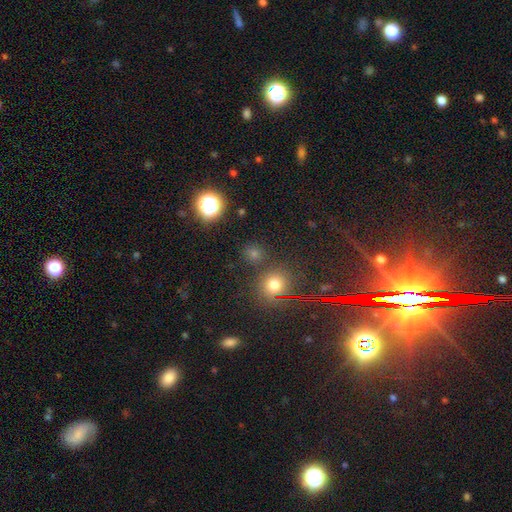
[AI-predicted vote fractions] Overall: smooth (51%; star or artifact 42%). How rounded: round (85%). Merging: none (81%).